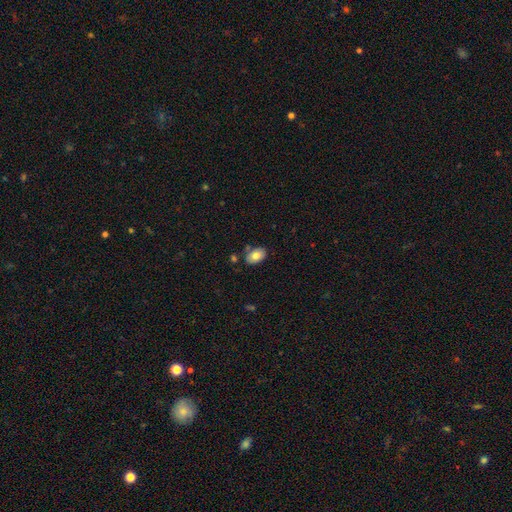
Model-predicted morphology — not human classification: type=smooth (78%); roundness=in between (89%); merging=none (76%).